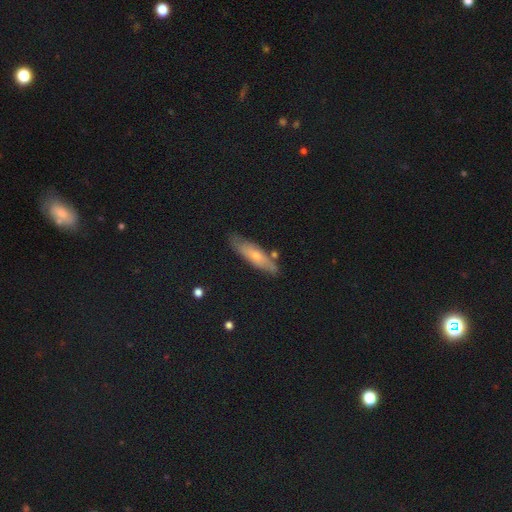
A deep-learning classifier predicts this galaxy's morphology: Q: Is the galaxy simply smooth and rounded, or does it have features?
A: smooth — 55%.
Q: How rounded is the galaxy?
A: cigar-shaped — 65%.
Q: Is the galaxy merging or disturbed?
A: none — 78%.